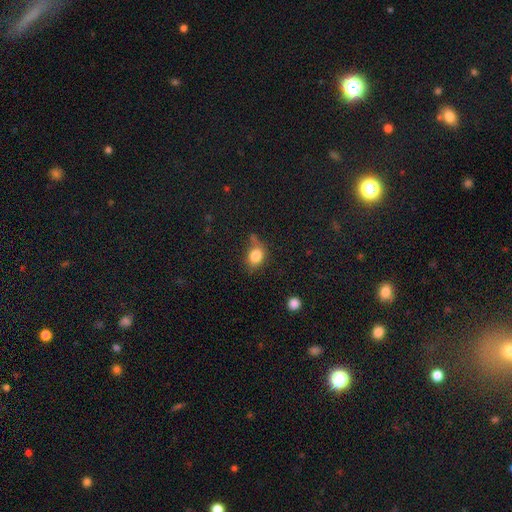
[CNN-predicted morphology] Smooth or featured? smooth (82%)
How rounded? in between (60%)
Merging? none (56%)